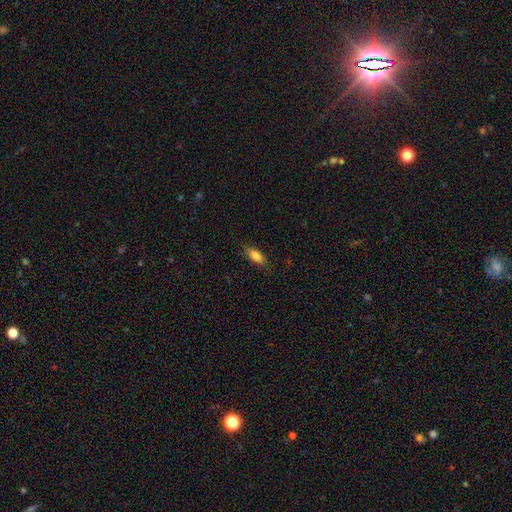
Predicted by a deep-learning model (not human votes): Smooth or featured?
  - smooth: 82% *
  - featured or disk: 11%
  - star or artifact: 7%
How rounded?
  - in between: 77% *
  - cigar-shaped: 20%
  - round: 3%
Merging?
  - none: 81% *
  - minor disturbance: 14%
  - major disturbance: 3%
  - merger: 1%